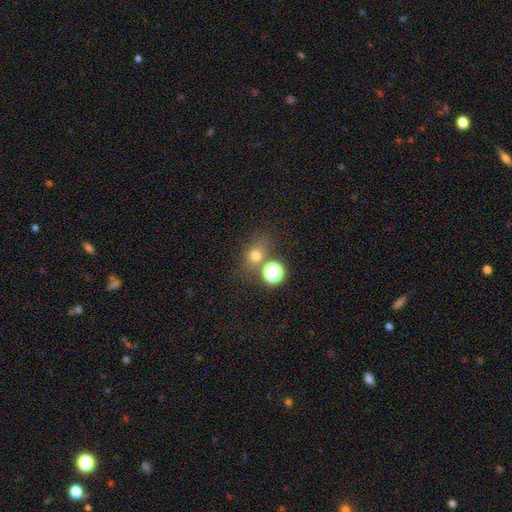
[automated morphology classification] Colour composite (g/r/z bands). It shows a smooth galaxy with no disk features (67%) that is round (67%). Merging: none (63%).